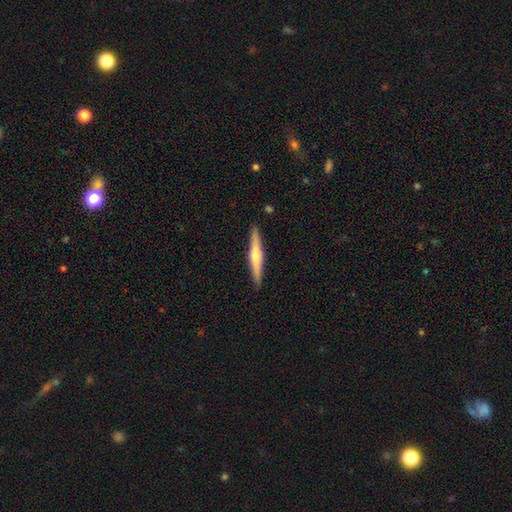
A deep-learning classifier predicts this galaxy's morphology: Smooth or featured? Predicted: featured or disk (p=0.54). Edge-on disk? Predicted: yes (p=0.97). Edge-on bulge? Predicted: rounded (p=0.76). Merging? Predicted: none (p=0.91).